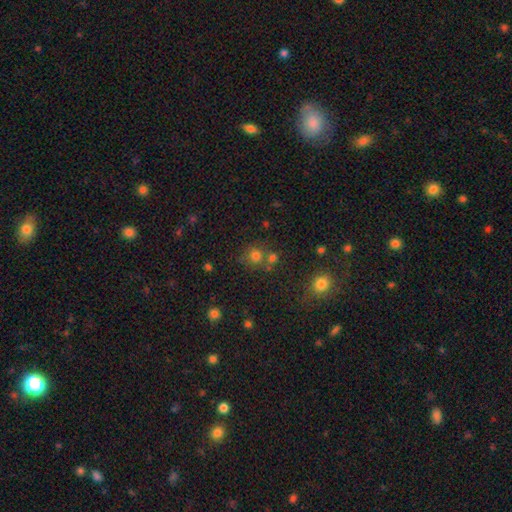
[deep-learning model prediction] This appears to be a smooth galaxy with no disk features (71%) that is round (87%). Merging: none (61%).